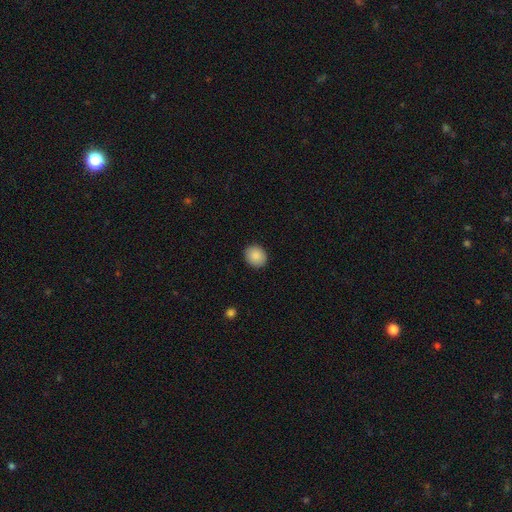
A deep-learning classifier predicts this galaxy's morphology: Overall: smooth (89%). How rounded: round (70%; in between 30%). Merging: none (91%).